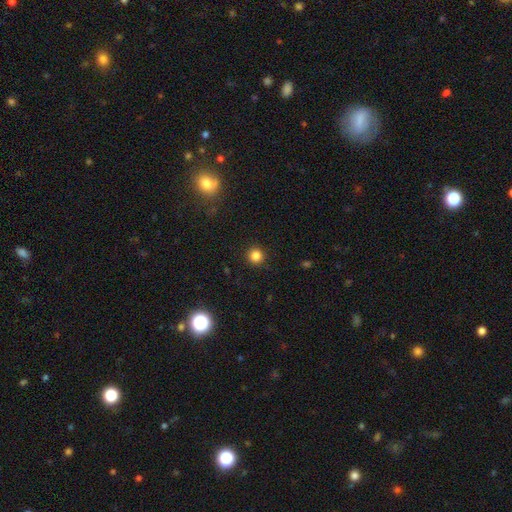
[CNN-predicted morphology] smooth 83%, star or artifact 13%, featured or disk 4%. Down the decision tree: how rounded — round (95%); merging — none (92%).